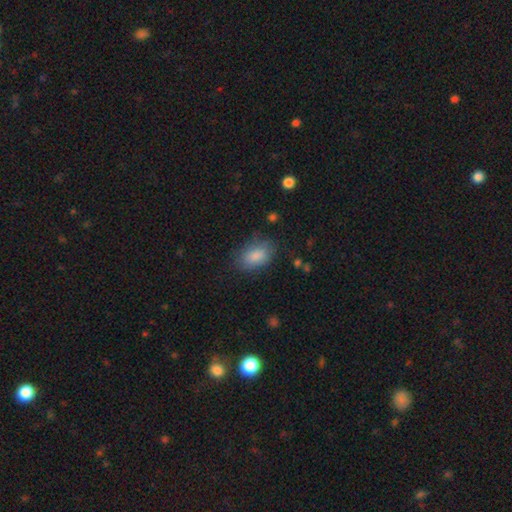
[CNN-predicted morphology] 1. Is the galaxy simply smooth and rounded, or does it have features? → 84% smooth, 8% star or artifact, 7% featured or disk.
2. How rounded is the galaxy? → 89% in between, 9% round, 2% cigar-shaped.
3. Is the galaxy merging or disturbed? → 78% none, 16% minor disturbance, 5% major disturbance, 1% merger.